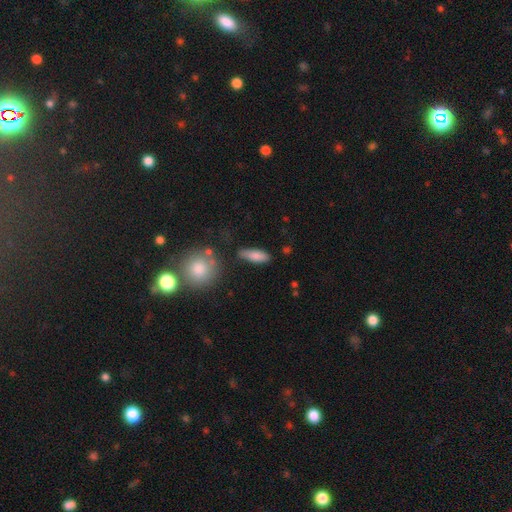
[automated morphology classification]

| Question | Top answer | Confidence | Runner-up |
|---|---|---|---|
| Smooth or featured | smooth | 81% | featured or disk (12%) |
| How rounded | in between | 60% | cigar-shaped (37%) |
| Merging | none | 77% | minor disturbance (15%) |